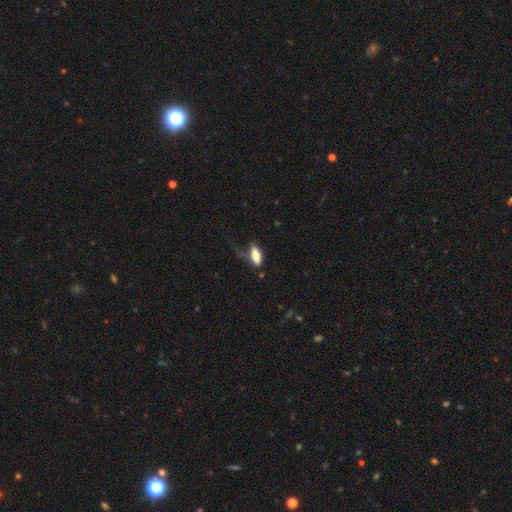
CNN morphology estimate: smooth_or_featured: smooth (p=0.74) [alt: featured or disk p=0.19]
how_rounded: in between (p=0.74) [alt: cigar-shaped p=0.23]
merging: none (p=0.39) [alt: major disturbance p=0.29]